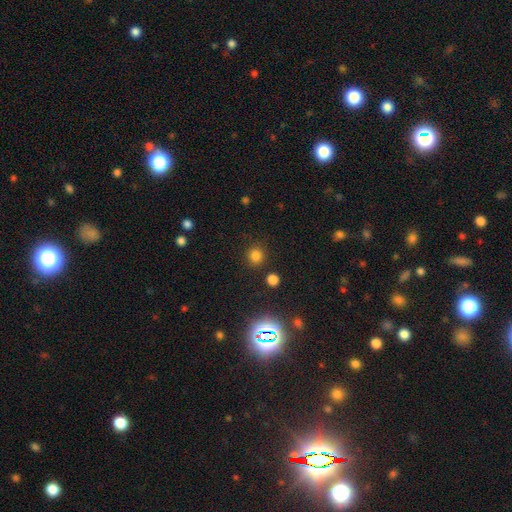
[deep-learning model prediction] Smooth or featured? Predicted: smooth (p=0.78). How rounded? Predicted: round (p=0.90). Merging? Predicted: none (p=0.87).